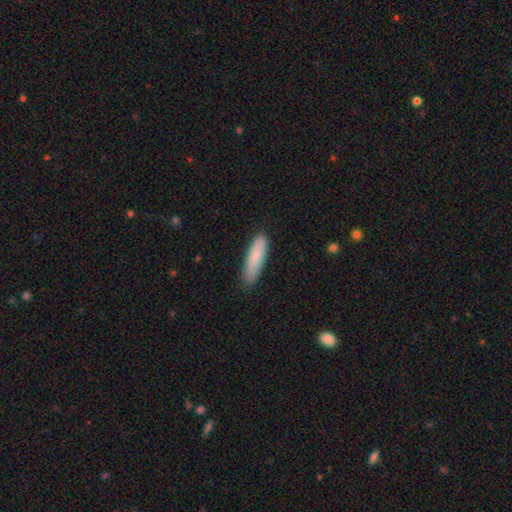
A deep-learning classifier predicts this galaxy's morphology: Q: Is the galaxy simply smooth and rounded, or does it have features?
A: smooth — 84%.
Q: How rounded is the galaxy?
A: cigar-shaped — 63%.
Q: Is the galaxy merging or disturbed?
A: none — 79%.